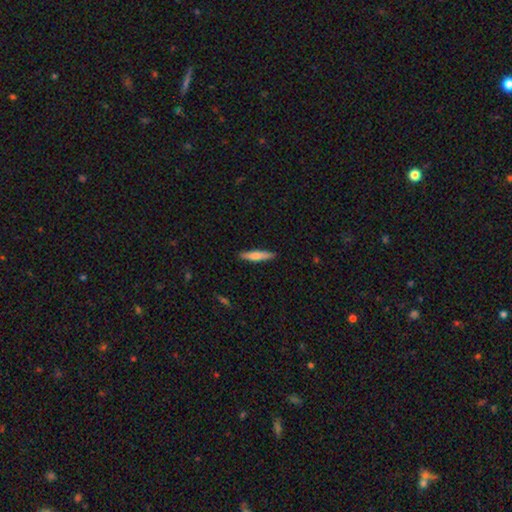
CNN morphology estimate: Q: Smooth or featured?
A: smooth (66%); runner-up: featured or disk (28%)
Q: How rounded?
A: cigar-shaped (85%); runner-up: in between (13%)
Q: Merging?
A: none (89%); runner-up: minor disturbance (8%)